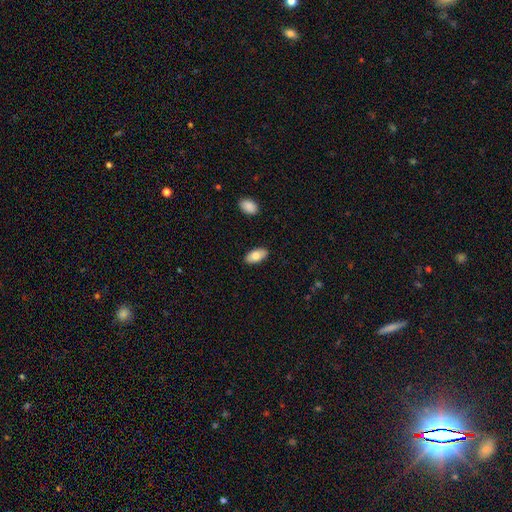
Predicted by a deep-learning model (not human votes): Smooth or featured? Predicted: smooth (p=0.76). How rounded? Predicted: in between (p=0.94). Merging? Predicted: none (p=0.88).